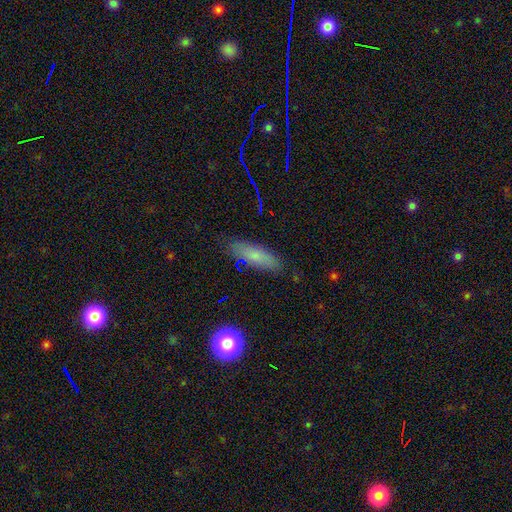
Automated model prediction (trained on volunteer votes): The model was most divided on "how rounded": in between: 50%, cigar-shaped: 47%, round: 3%. More confident: merging — none (84%); smooth or featured — smooth (71%).